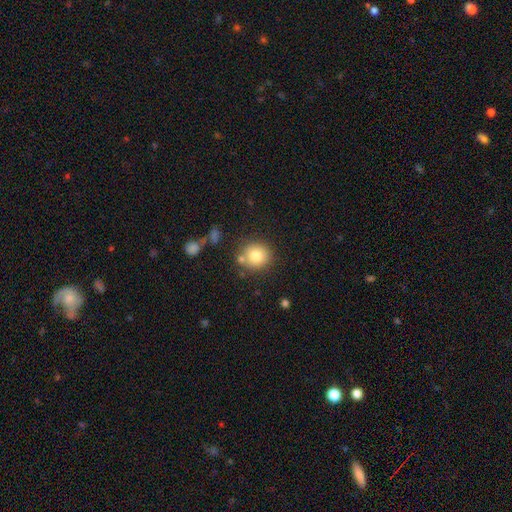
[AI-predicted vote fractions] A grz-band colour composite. It shows a smooth galaxy with no disk features (79%) that is round (89%). Merging: none (75%).